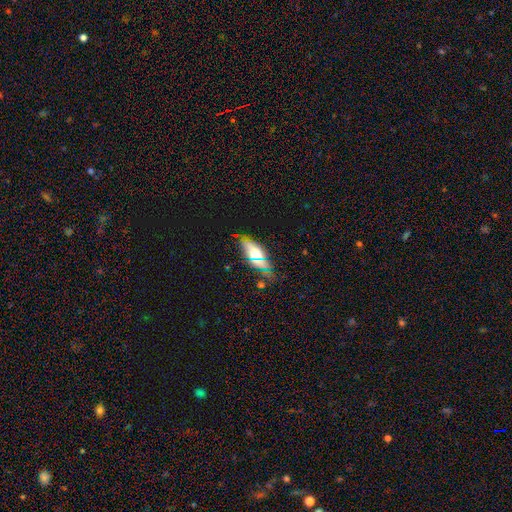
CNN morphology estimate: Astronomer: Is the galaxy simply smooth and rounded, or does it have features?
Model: smooth — 55% (runner-up: featured or disk, 31%).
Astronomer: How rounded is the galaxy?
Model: in between — 73%.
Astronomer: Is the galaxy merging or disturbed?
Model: none — 75%.